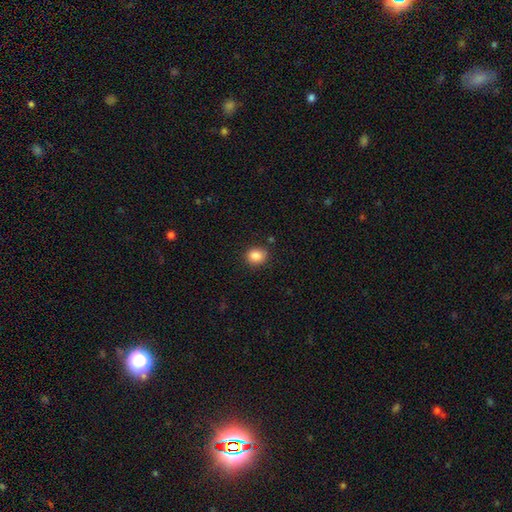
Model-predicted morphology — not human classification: Smooth or featured: smooth — 86% (star or artifact — 9%)
How rounded: round — 60% (in between — 39%)
Merging: none — 84% (minor disturbance — 11%)